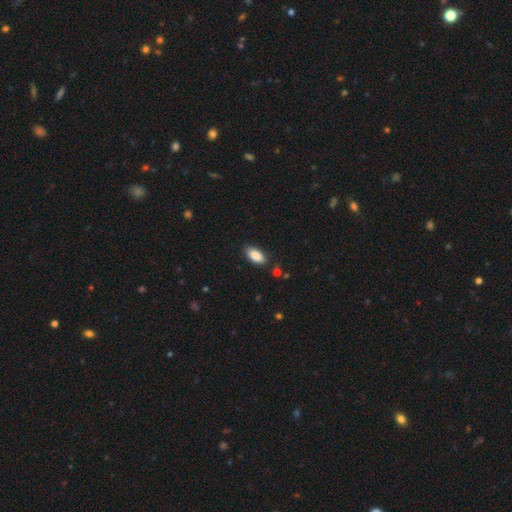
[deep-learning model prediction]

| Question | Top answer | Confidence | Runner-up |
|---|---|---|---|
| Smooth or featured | smooth | 88% | star or artifact (7%) |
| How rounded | in between | 91% | cigar-shaped (6%) |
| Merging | none | 86% | minor disturbance (10%) |